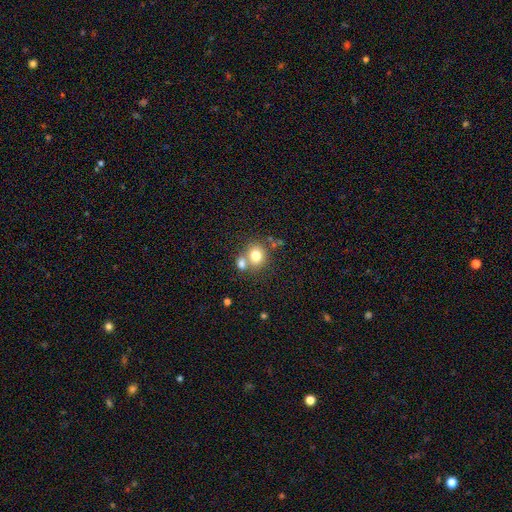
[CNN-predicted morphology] This appears to be a smooth galaxy with no disk features (76%) that is round (75%). Merging: none (49%).